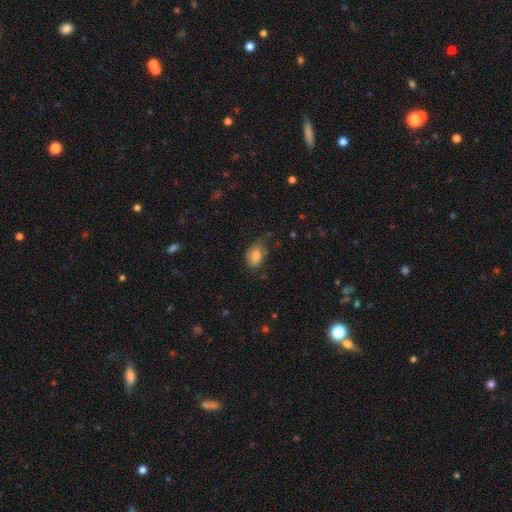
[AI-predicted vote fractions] Overall: smooth (77%). How rounded: in between (85%). Merging: none (54%; minor disturbance 34%).